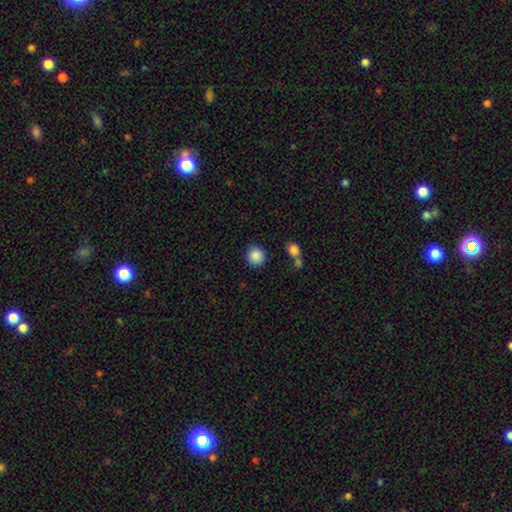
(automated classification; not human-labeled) Overall: smooth (88%). How rounded: round (91%). Merging: none (85%).